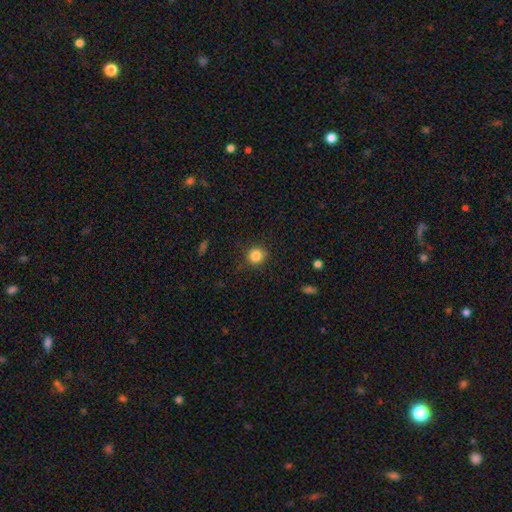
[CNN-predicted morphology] smooth_or_featured: smooth (p=0.84) [alt: star or artifact p=0.11]
how_rounded: round (p=0.92) [alt: in between p=0.07]
merging: none (p=0.88) [alt: minor disturbance p=0.08]